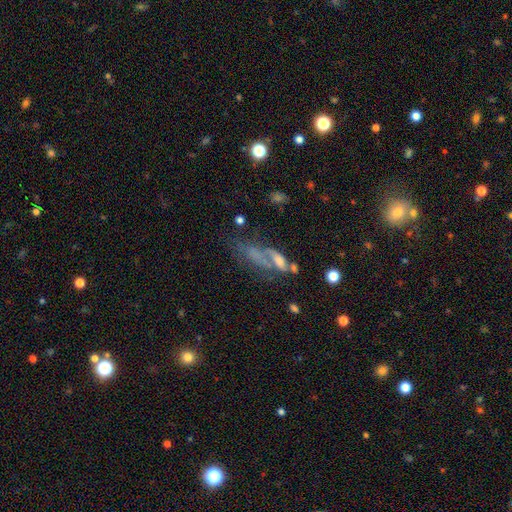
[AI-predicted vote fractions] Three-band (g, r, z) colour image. It shows a featured or disk galaxy (43%). Merging: major disturbance (36%).